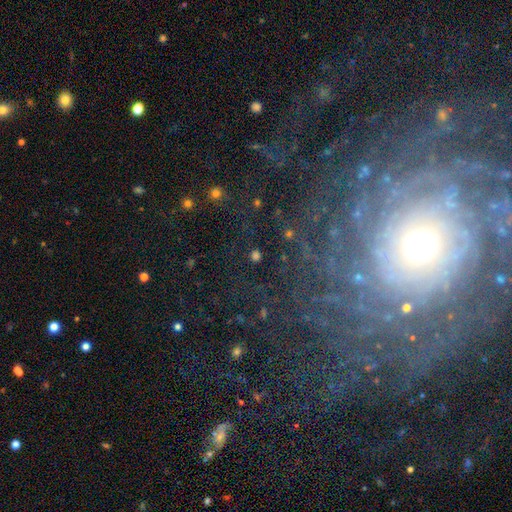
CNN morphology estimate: smooth_or_featured: smooth (p=0.50) [alt: star or artifact p=0.39]
how_rounded: round (p=0.86) [alt: in between p=0.12]
merging: none (p=0.82) [alt: minor disturbance p=0.09]